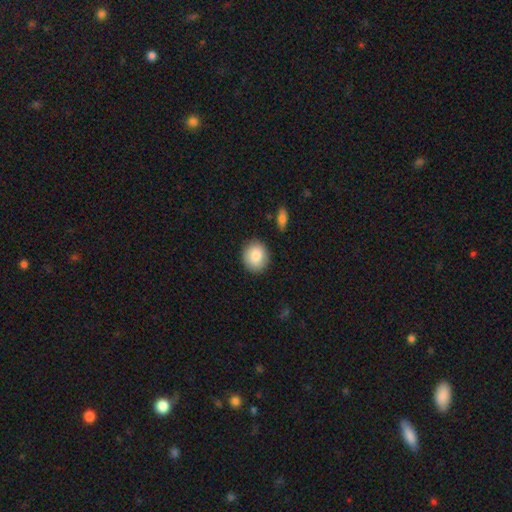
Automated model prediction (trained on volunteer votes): The model was most divided on "how rounded": round: 75%, in between: 24%, cigar-shaped: 1%. More confident: merging — none (88%); smooth or featured — smooth (85%).